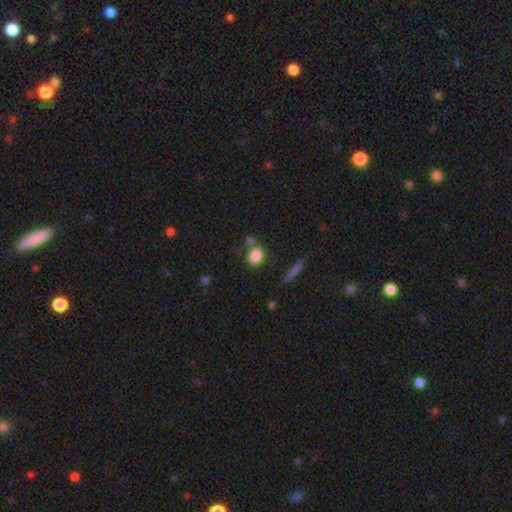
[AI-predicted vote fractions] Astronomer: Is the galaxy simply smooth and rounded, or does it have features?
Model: smooth — 84%.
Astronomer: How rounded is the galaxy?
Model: round — 56% (runner-up: in between, 41%).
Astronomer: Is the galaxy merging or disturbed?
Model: none — 65%.